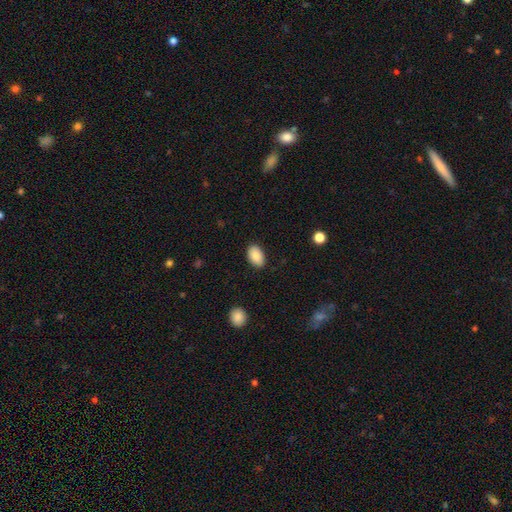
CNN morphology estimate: Smooth or featured?
  - smooth: 88% *
  - star or artifact: 7%
  - featured or disk: 5%
How rounded?
  - in between: 90% *
  - round: 8%
  - cigar-shaped: 1%
Merging?
  - none: 87% *
  - minor disturbance: 10%
  - major disturbance: 2%
  - merger: 1%